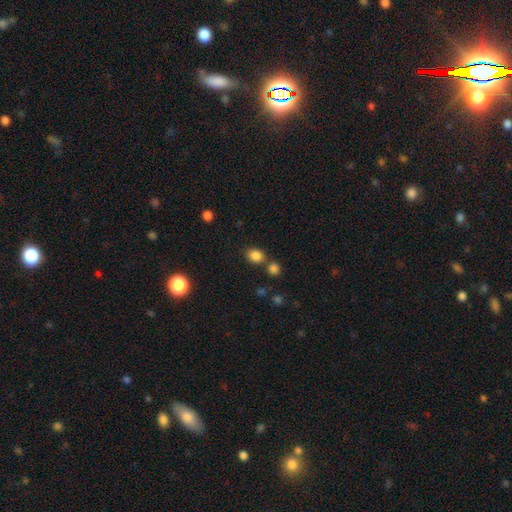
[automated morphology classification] Smooth or featured: smooth — 83% (star or artifact — 12%)
How rounded: round — 50% (in between — 49%)
Merging: none — 67% (merger — 19%)